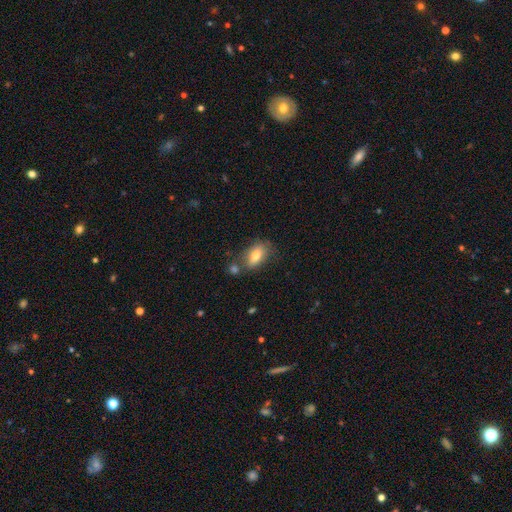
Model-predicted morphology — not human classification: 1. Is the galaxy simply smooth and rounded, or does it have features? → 74% smooth, 18% featured or disk, 8% star or artifact.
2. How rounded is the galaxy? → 86% in between, 8% round, 6% cigar-shaped.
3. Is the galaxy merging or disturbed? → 62% none, 17% minor disturbance, 15% merger, 5% major disturbance.